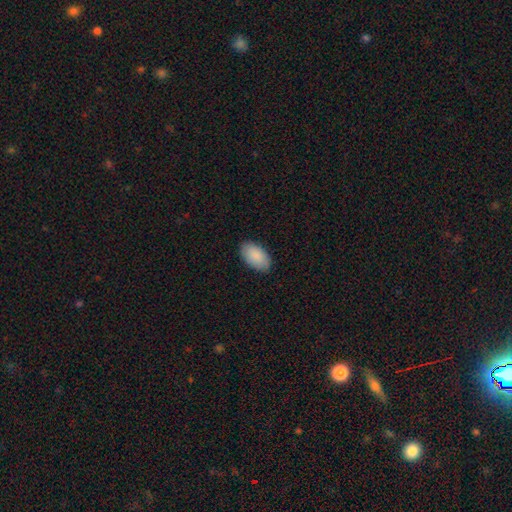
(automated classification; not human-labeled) The model was most divided on "merging": none: 87%, minor disturbance: 10%, major disturbance: 2%, merger: 1%. More confident: how rounded — in between (95%); smooth or featured — smooth (90%).